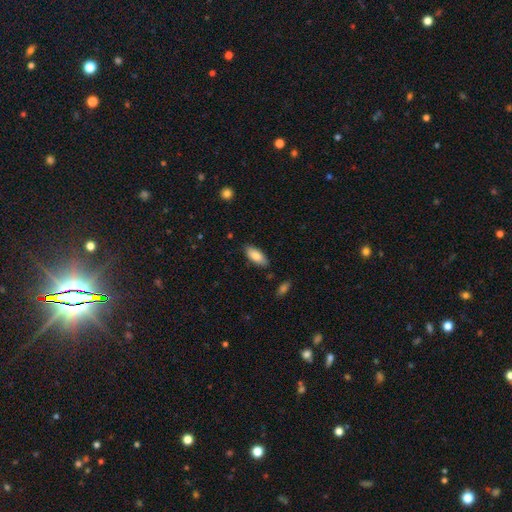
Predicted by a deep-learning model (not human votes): smooth-or-featured: smooth: 83% | featured or disk: 10% | star or artifact: 6%
  how-rounded: in between: 84% | cigar-shaped: 15% | round: 2%
  merging: none: 83% | minor disturbance: 13% | major disturbance: 2% | merger: 2%